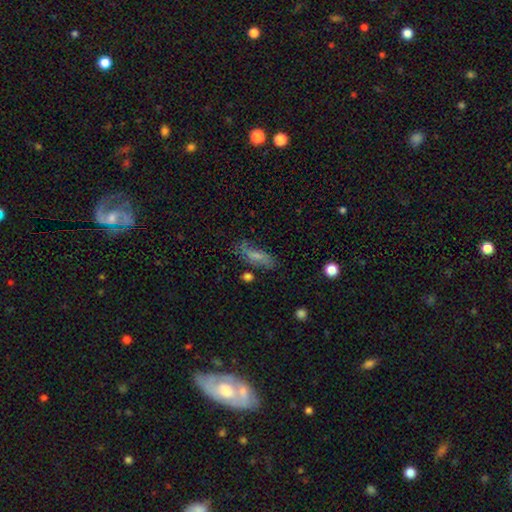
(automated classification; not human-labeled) Overall: smooth (56%; featured or disk 33%). How rounded: in between (60%; cigar-shaped 36%). Merging: none (59%; minor disturbance 25%).